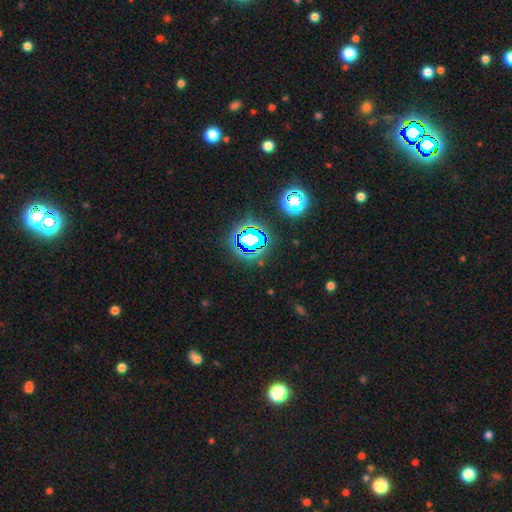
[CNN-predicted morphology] smooth-or-featured: star or artifact: 78% | smooth: 15% | featured or disk: 7%